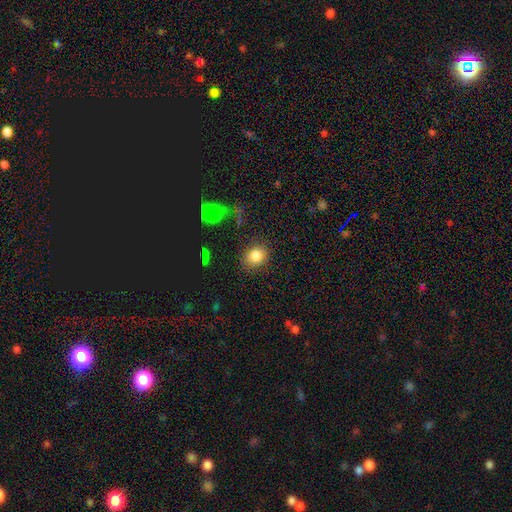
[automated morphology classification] smooth-or-featured: smooth: 83% | star or artifact: 10% | featured or disk: 7%
  how-rounded: round: 63% | in between: 36% | cigar-shaped: 1%
  merging: none: 82% | minor disturbance: 12% | major disturbance: 4% | merger: 2%